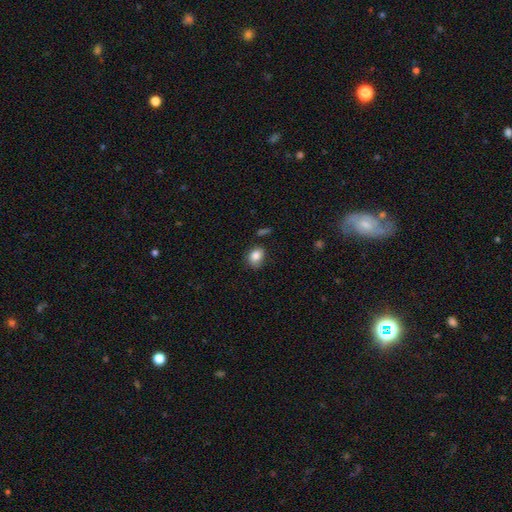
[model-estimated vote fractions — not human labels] Morphology: type=smooth (84%); roundness=in between (56%); merging=none (66%).